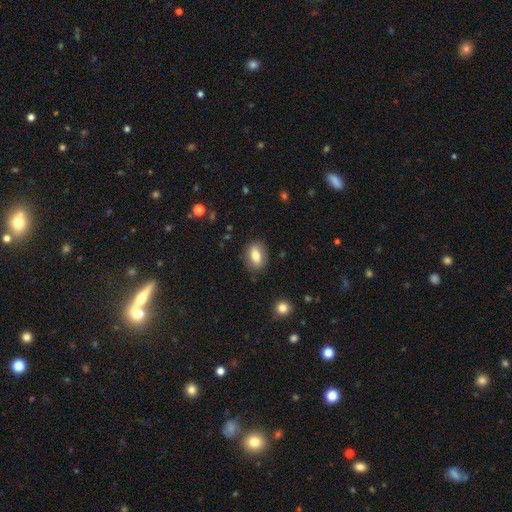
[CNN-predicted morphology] smooth_or_featured: smooth (p=0.76) [alt: featured or disk p=0.16]
how_rounded: in between (p=0.77) [alt: round p=0.19]
merging: none (p=0.84) [alt: minor disturbance p=0.11]